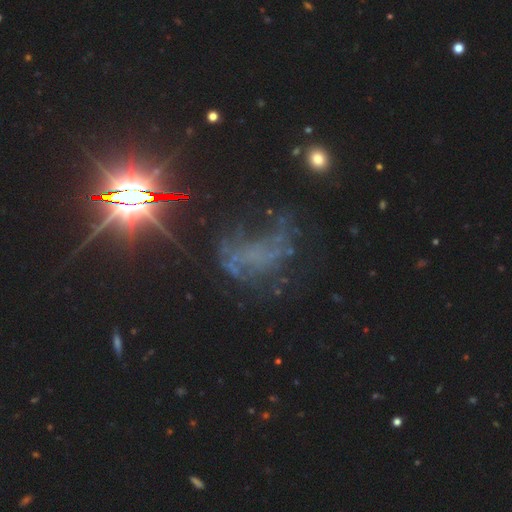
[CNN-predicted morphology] type=star or artifact (48%).